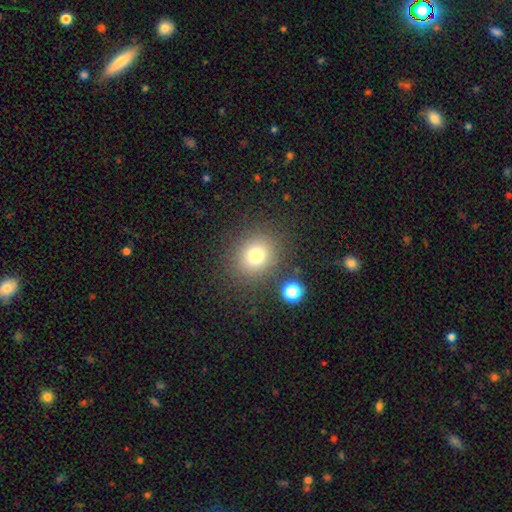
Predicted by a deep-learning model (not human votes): Smooth or featured? smooth (76%)
How rounded? round (78%)
Merging? none (83%)